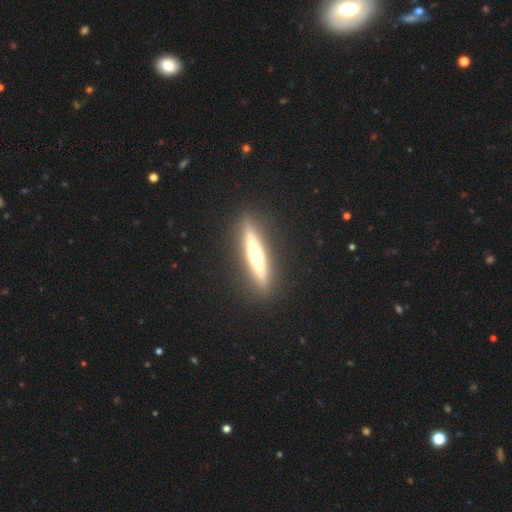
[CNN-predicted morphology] Smooth or featured: featured or disk — 59% (smooth — 35%)
Edge-on disk: yes — 94% (no — 6%)
Edge-on bulge: rounded — 87% (none — 8%)
Merging: none — 90% (minor disturbance — 7%)